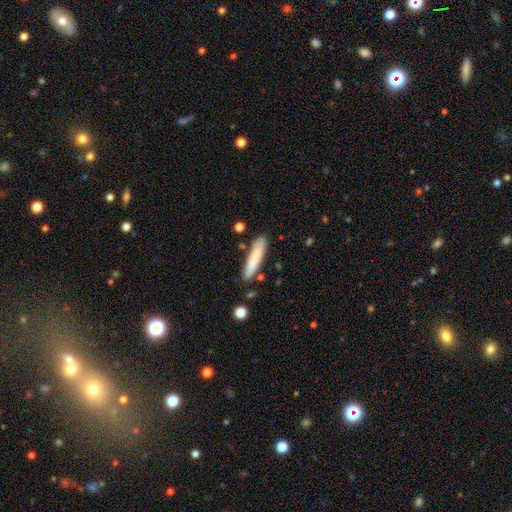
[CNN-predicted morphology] This is likely a smooth galaxy (78%). How rounded: clearly cigar-shaped (85%). Merging: clearly none (82%).